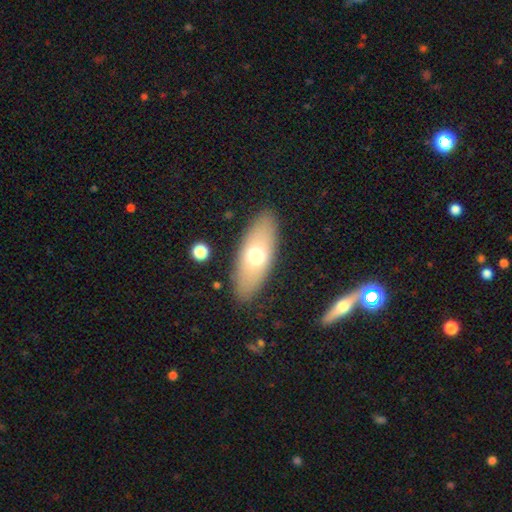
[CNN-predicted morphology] Smooth or featured? smooth (63%)
How rounded? in between (76%)
Merging? none (86%)